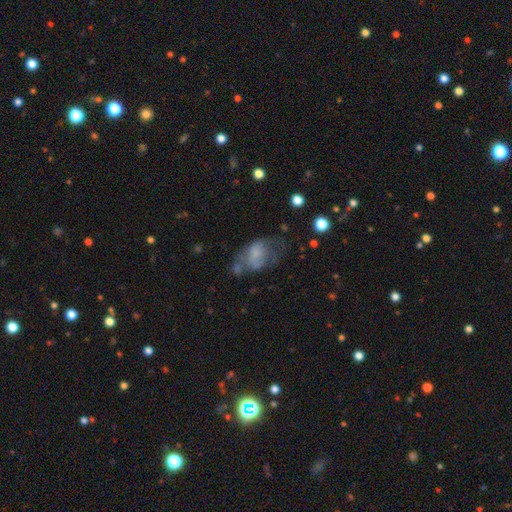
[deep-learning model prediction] smooth 49%, featured or disk 40%, star or artifact 11%. Down the decision tree: merging — major disturbance (39%).